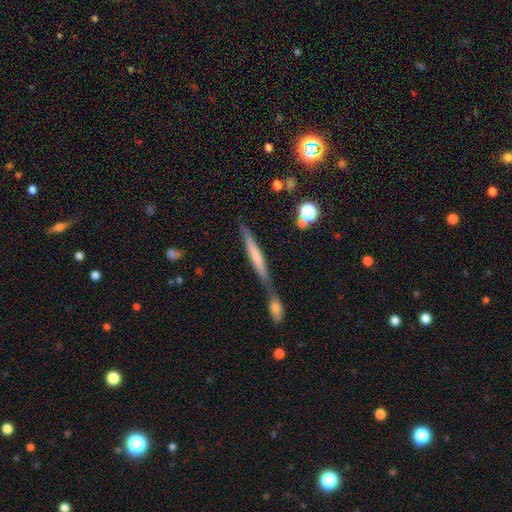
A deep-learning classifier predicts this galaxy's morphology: smooth 49%, featured or disk 44%, star or artifact 8%. Down the decision tree: merging — none (47%).